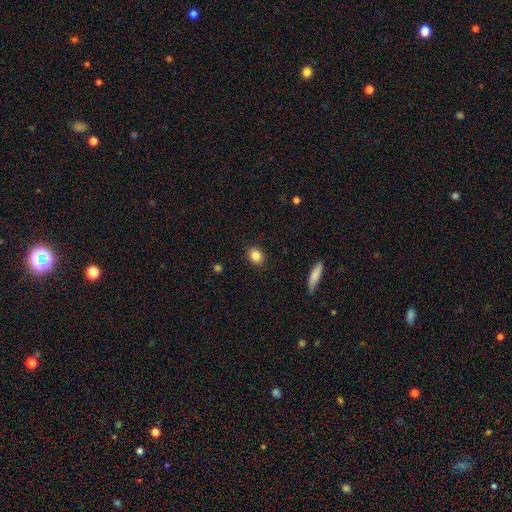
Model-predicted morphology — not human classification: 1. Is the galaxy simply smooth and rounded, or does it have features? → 85% smooth, 9% star or artifact, 6% featured or disk.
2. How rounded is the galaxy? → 56% round, 42% in between, 2% cigar-shaped.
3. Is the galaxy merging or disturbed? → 89% none, 8% minor disturbance, 2% major disturbance, 1% merger.